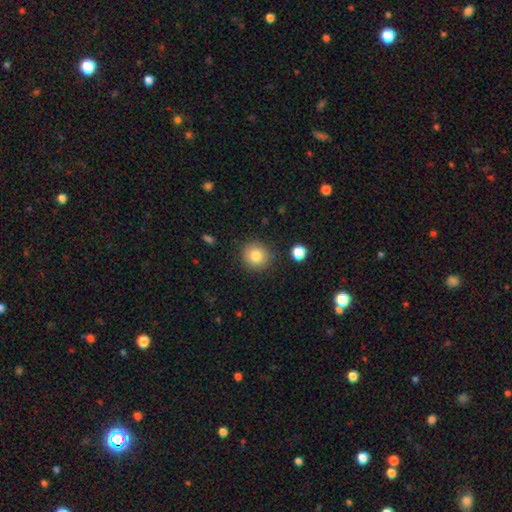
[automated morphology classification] The model was most divided on "smooth or featured": smooth: 82%, star or artifact: 10%, featured or disk: 8%. More confident: how rounded — round (92%); merging — none (86%).